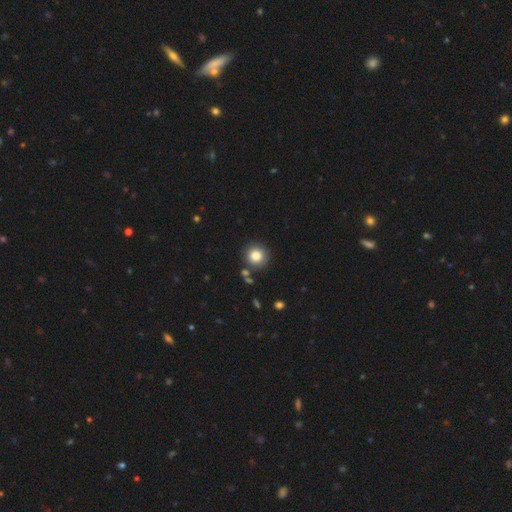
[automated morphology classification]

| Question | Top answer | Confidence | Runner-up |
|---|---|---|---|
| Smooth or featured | smooth | 83% | star or artifact (10%) |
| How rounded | round | 93% | in between (6%) |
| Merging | none | 83% | minor disturbance (9%) |